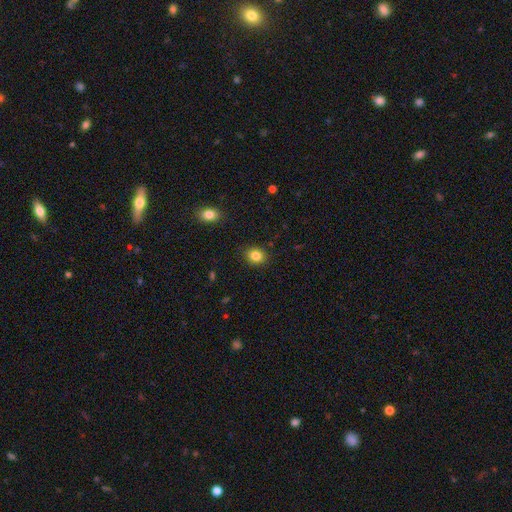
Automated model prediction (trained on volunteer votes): This appears to be a smooth galaxy with no disk features (84%) that is round (68%). Merging: none (89%).